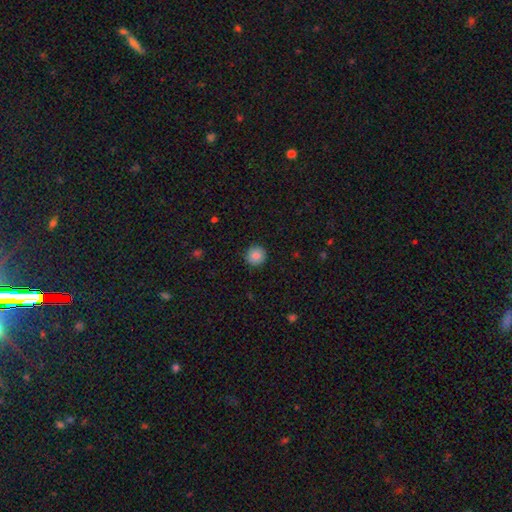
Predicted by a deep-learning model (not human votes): Overall: smooth (83%). How rounded: round (95%). Merging: none (92%).